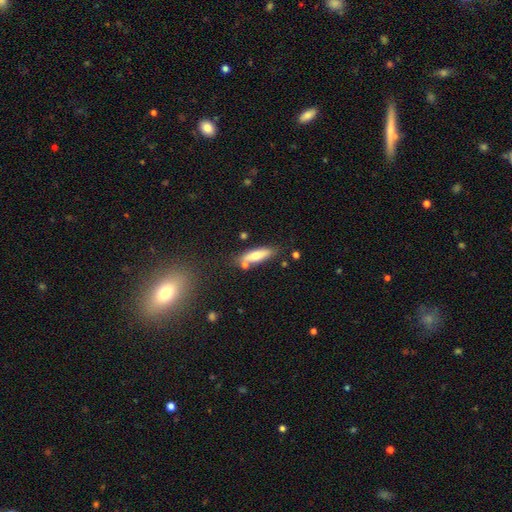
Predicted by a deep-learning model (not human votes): smooth-or-featured: smooth: 64% | featured or disk: 29% | star or artifact: 7%
  how-rounded: cigar-shaped: 57% | in between: 41% | round: 2%
  merging: none: 73% | minor disturbance: 14% | merger: 10% | major disturbance: 3%